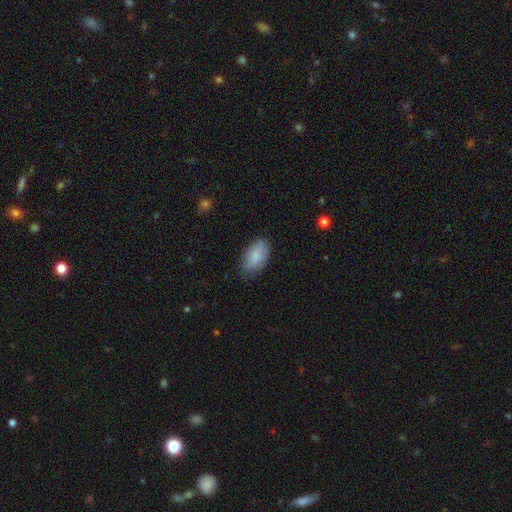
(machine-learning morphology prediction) Smooth or featured?
  - smooth: 86% *
  - featured or disk: 8%
  - star or artifact: 6%
How rounded?
  - in between: 94% *
  - round: 3%
  - cigar-shaped: 2%
Merging?
  - none: 77% *
  - minor disturbance: 19%
  - major disturbance: 4%
  - merger: 1%